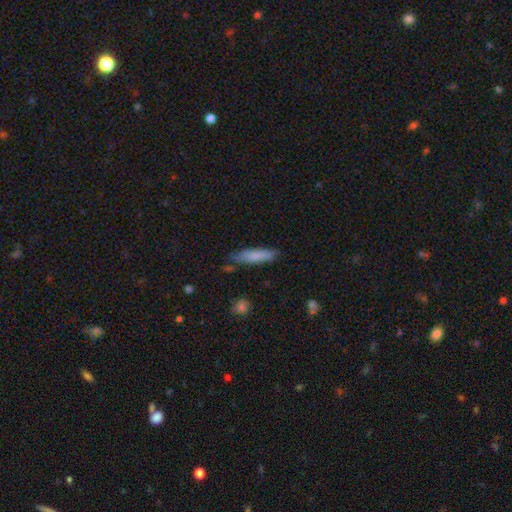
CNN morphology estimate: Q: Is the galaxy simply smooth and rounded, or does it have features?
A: smooth — 79%.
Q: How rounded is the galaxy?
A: cigar-shaped — 78%.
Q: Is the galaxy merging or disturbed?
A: none — 77%.